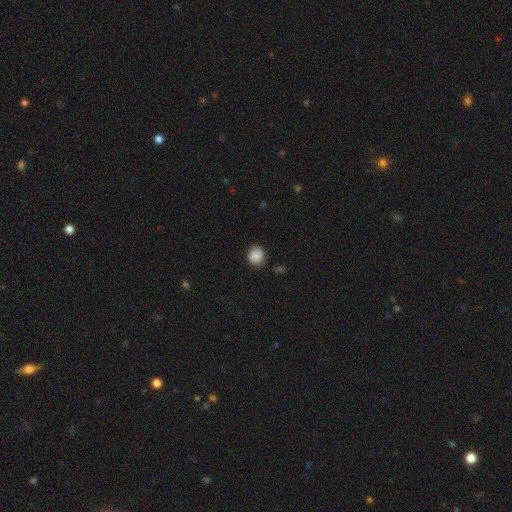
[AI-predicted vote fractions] The model was most divided on "merging": none: 76%, minor disturbance: 18%, major disturbance: 4%, merger: 2%. More confident: smooth or featured — smooth (85%); how rounded — round (84%).